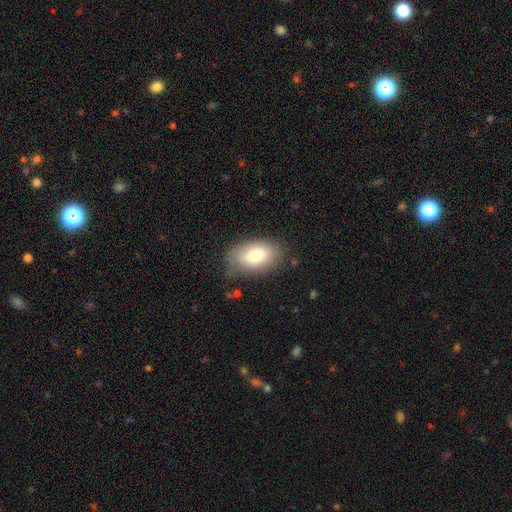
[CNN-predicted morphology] Smooth or featured? Predicted: smooth (p=0.76). How rounded? Predicted: in between (p=0.91). Merging? Predicted: none (p=0.73).